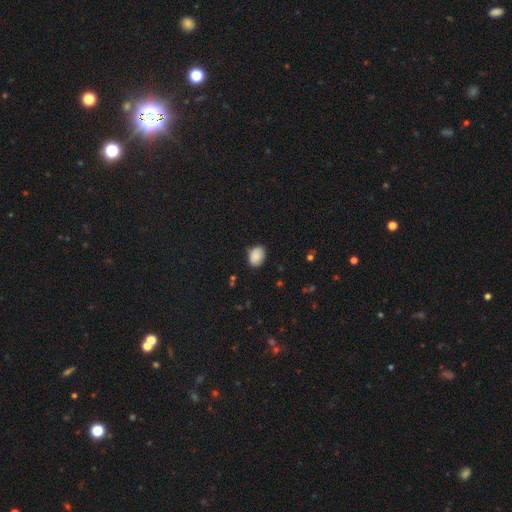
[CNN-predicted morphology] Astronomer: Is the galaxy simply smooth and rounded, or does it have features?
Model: smooth — 87%.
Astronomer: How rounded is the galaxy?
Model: in between — 74%.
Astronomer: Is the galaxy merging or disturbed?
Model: none — 80%.